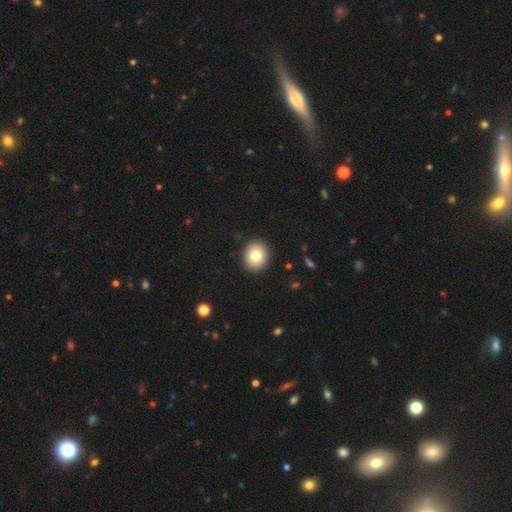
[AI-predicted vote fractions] A smooth galaxy with no disk features (81%) that is round (63%).

Vote fractions:
- Smooth or featured? smooth: 81% / featured or disk: 10% / star or artifact: 9%
- How rounded? round: 63% / in between: 36% / cigar-shaped: 1%
- Merging? none: 91% / minor disturbance: 6% / major disturbance: 2% / merger: 1%